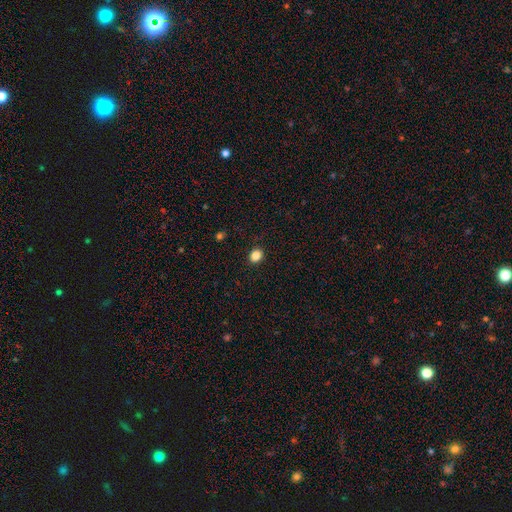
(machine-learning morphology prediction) This appears to be a smooth galaxy with no disk features (85%) that is round (56%). Merging: none (90%).